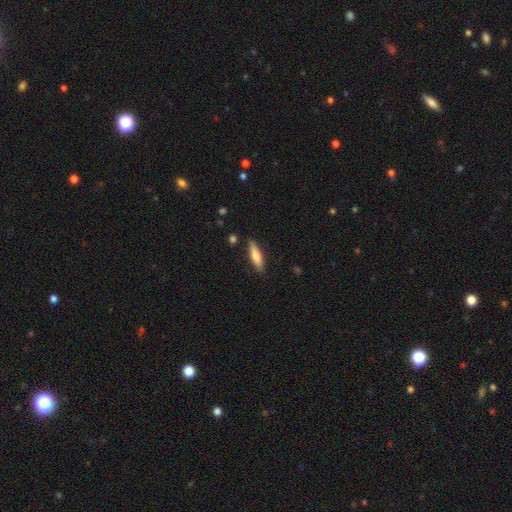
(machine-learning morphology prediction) A smooth galaxy with no disk features (66%) that is cigar-shaped (73%).

Vote fractions:
- Smooth or featured? smooth: 66% / featured or disk: 28% / star or artifact: 6%
- How rounded? cigar-shaped: 73% / in between: 26% / round: 2%
- Merging? none: 86% / minor disturbance: 10% / merger: 2% / major disturbance: 2%